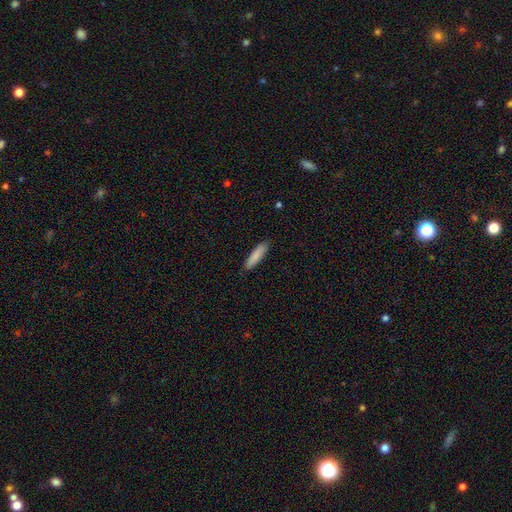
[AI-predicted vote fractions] A smooth galaxy with no disk features (86%) that is cigar-shaped (77%).

Vote fractions:
- Smooth or featured? smooth: 86% / featured or disk: 9% / star or artifact: 6%
- How rounded? cigar-shaped: 77% / in between: 22% / round: 1%
- Merging? none: 87% / minor disturbance: 10% / major disturbance: 2% / merger: 1%